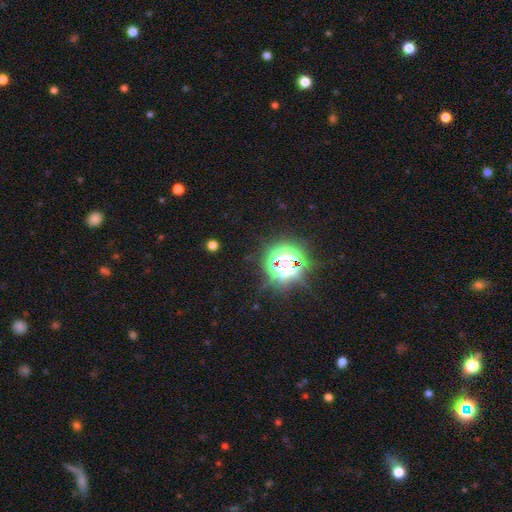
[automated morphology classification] Overall: star or artifact (82%).